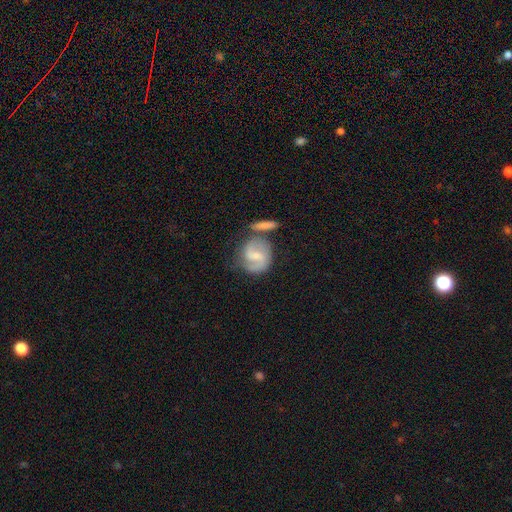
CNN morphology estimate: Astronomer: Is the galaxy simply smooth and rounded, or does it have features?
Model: featured or disk — 72%.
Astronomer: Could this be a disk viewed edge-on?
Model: no — 97%.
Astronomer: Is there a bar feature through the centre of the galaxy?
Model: weak — 57%.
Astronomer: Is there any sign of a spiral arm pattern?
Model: yes — 93%.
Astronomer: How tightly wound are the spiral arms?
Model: medium — 51% (runner-up: loose, 27%).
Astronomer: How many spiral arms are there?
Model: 2 — 85%.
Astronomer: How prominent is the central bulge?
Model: small — 49% (runner-up: moderate, 27%).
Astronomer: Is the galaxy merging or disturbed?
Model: none — 55%.